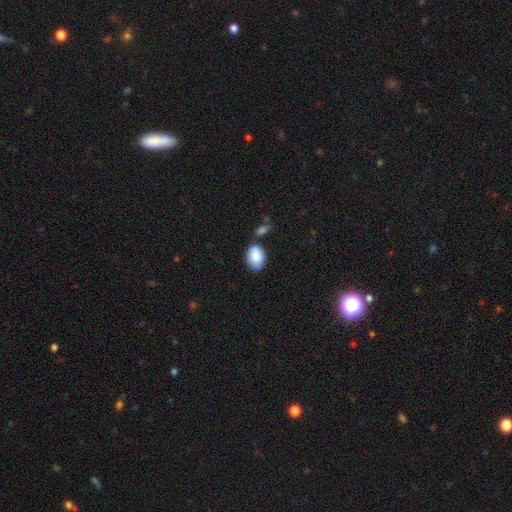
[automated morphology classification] This is clearly a smooth galaxy (88%). How rounded: clearly in between (85%). Merging: likely none (62%).